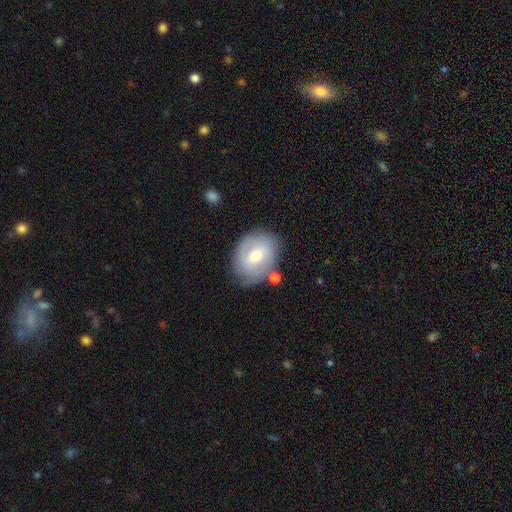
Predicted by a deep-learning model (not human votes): Overall: smooth (56%; featured or disk 36%). How rounded: in between (50%; round 49%). Merging: none (70%).